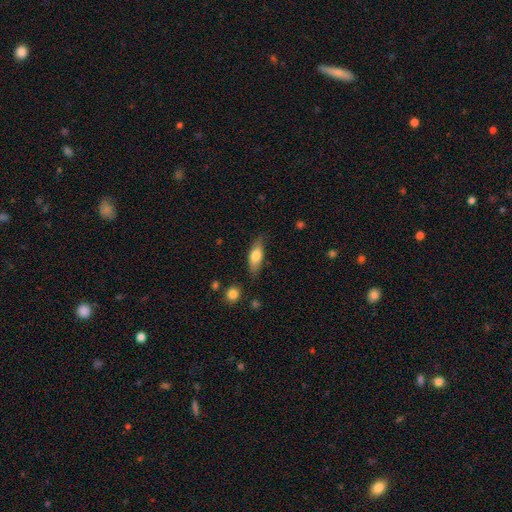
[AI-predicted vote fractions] Q: Smooth or featured?
A: smooth (73%); runner-up: featured or disk (21%)
Q: How rounded?
A: in between (72%); runner-up: cigar-shaped (25%)
Q: Merging?
A: none (77%); runner-up: minor disturbance (17%)